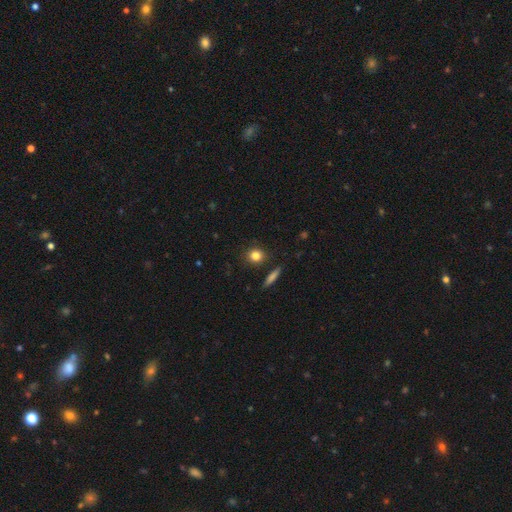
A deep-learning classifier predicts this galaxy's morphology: type=smooth (83%); roundness=round (76%); merging=none (86%).